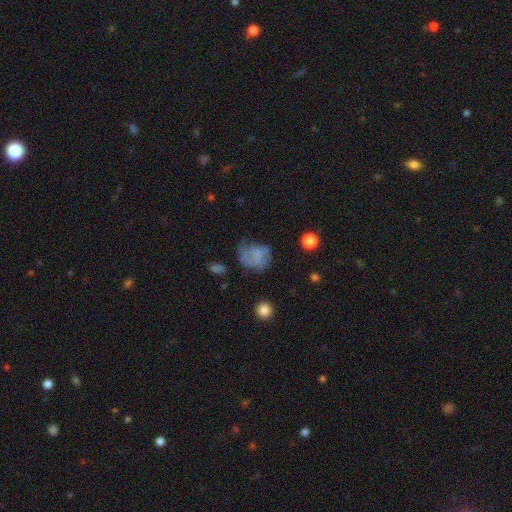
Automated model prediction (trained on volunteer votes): Smooth or featured: smooth — 53% (featured or disk — 35%)
How rounded: round — 56% (in between — 43%)
Merging: none — 38% (major disturbance — 30%)